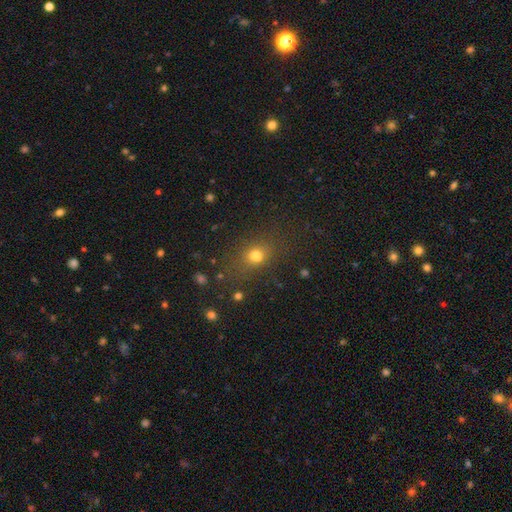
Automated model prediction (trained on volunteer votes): Q: Smooth or featured?
A: smooth (71%); runner-up: star or artifact (19%)
Q: How rounded?
A: in between (48%); runner-up: round (47%)
Q: Merging?
A: none (74%); runner-up: minor disturbance (15%)